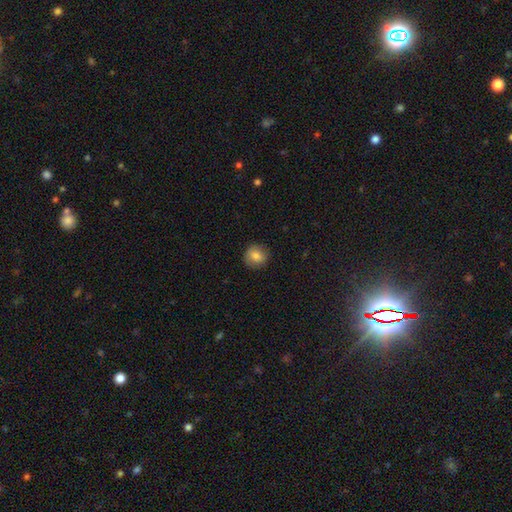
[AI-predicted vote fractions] smooth 80%, featured or disk 11%, star or artifact 9%. Down the decision tree: how rounded — round (87%); merging — none (86%).